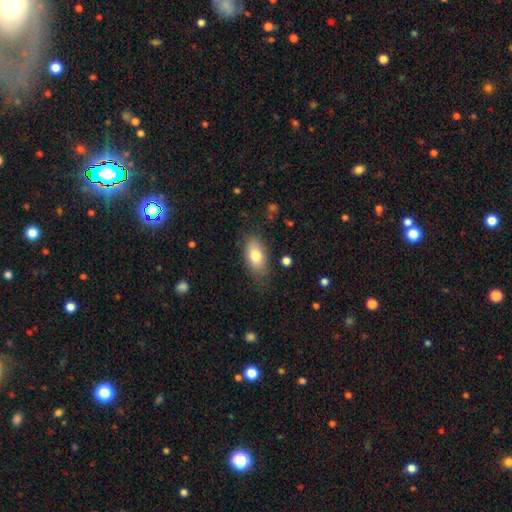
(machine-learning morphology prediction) This appears to be a smooth galaxy with no disk features (77%) that is in between round and cigar-shaped (88%). Merging: none (78%).